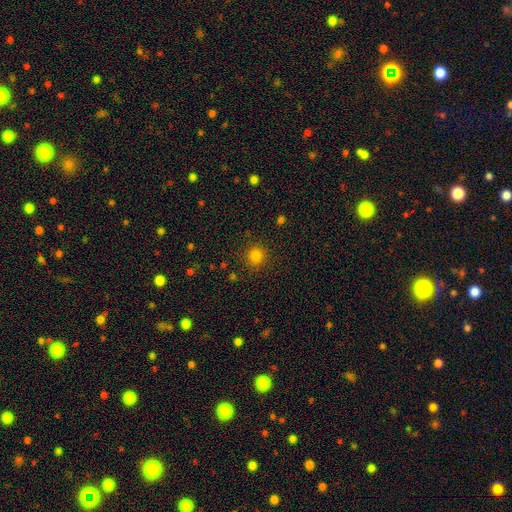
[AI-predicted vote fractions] smooth-or-featured: smooth: 81% | star or artifact: 14% | featured or disk: 5%
  how-rounded: round: 90% | in between: 9% | cigar-shaped: 1%
  merging: none: 88% | minor disturbance: 7% | major disturbance: 3% | merger: 2%